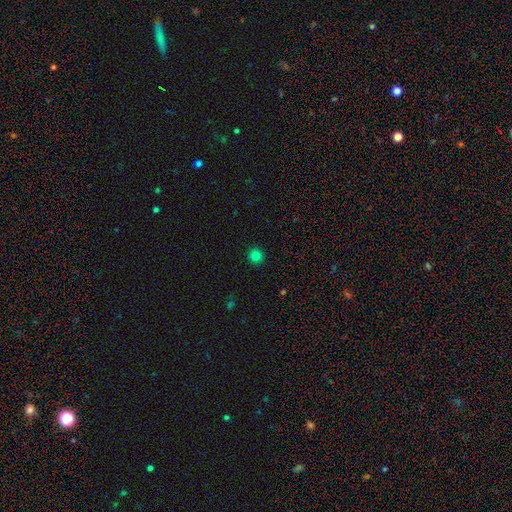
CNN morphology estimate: Smooth or featured: smooth — 81% (star or artifact — 14%)
How rounded: round — 94% (in between — 5%)
Merging: none — 93% (minor disturbance — 5%)